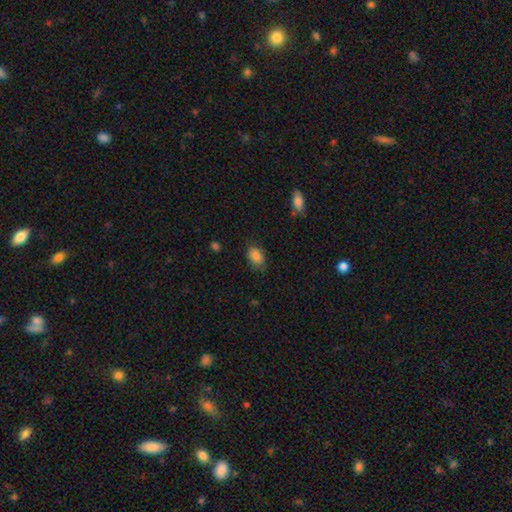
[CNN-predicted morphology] Smooth or featured: smooth — 87% (star or artifact — 9%)
How rounded: in between — 84% (round — 15%)
Merging: none — 78% (minor disturbance — 17%)